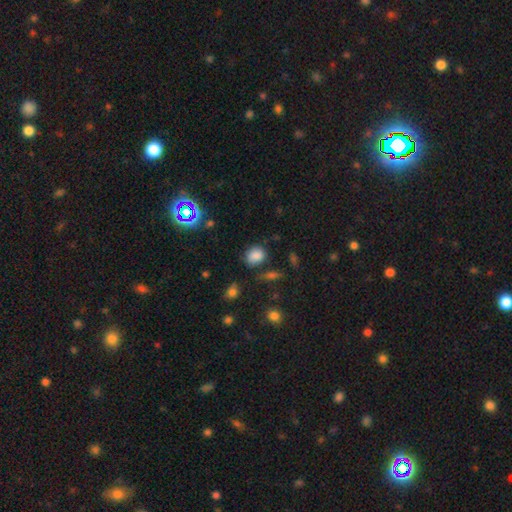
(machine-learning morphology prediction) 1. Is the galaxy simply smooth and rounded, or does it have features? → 81% smooth, 12% star or artifact, 7% featured or disk.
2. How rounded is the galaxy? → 57% round, 42% in between, 1% cigar-shaped.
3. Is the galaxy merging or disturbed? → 71% none, 19% minor disturbance, 5% major disturbance, 5% merger.